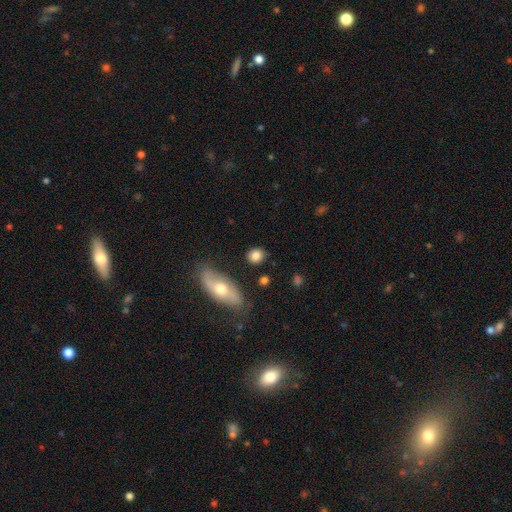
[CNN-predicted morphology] This is clearly a smooth galaxy (80%). How rounded: likely round (66%). Merging: clearly none (82%).